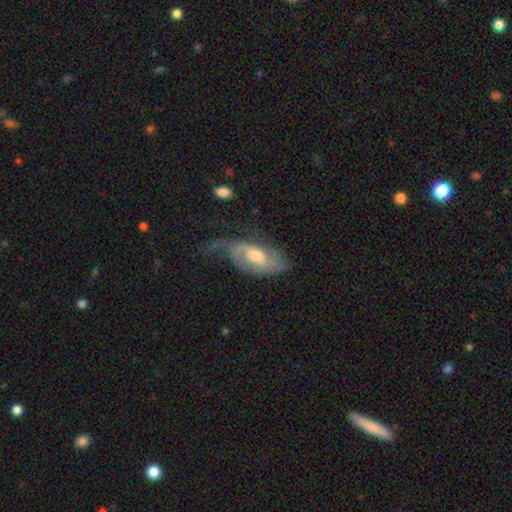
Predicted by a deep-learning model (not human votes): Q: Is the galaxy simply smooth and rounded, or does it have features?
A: featured or disk — 76%.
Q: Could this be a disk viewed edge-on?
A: no — 94%.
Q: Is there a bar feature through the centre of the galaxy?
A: no — 47%.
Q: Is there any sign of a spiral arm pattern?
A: yes — 91%.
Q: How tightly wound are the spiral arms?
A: medium — 39%.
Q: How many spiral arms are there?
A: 2 — 55%.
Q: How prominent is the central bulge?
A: moderate — 61%.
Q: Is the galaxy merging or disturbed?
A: none — 36%.